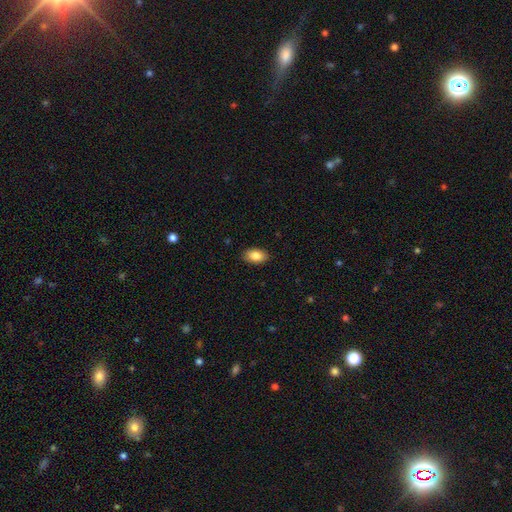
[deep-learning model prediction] smooth-or-featured: smooth: 86% | featured or disk: 7% | star or artifact: 7%
  how-rounded: in between: 92% | round: 6% | cigar-shaped: 2%
  merging: none: 87% | minor disturbance: 10% | major disturbance: 2% | merger: 1%